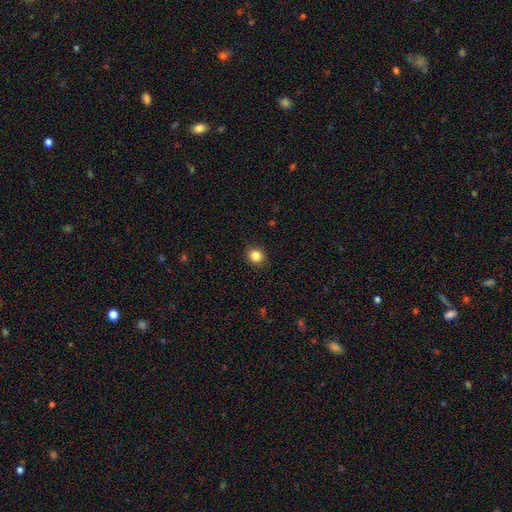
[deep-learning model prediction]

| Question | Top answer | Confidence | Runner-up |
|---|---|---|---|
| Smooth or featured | smooth | 84% | star or artifact (11%) |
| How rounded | round | 84% | in between (15%) |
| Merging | none | 90% | minor disturbance (7%) |